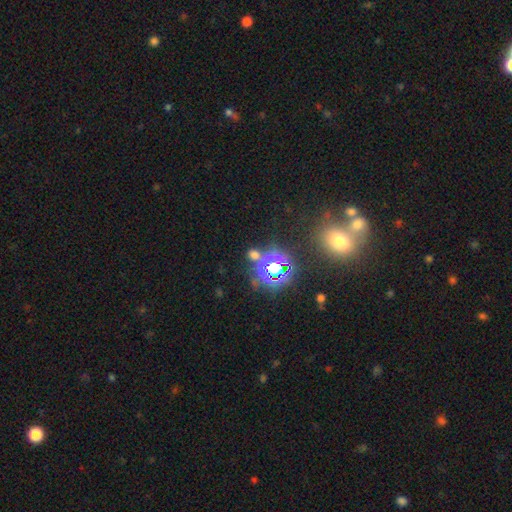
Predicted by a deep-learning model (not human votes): The model was most divided on "smooth or featured": star or artifact: 57%, smooth: 35%, featured or disk: 8%.